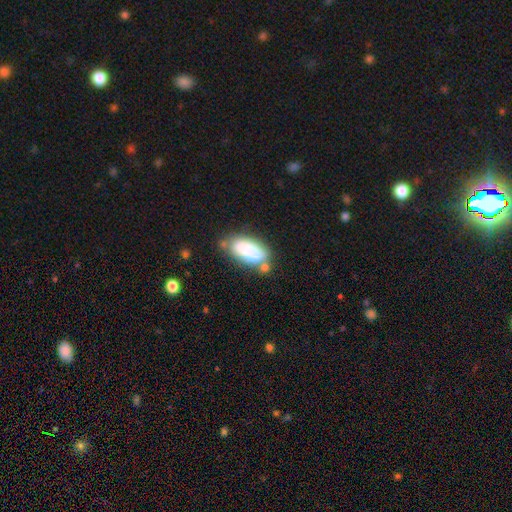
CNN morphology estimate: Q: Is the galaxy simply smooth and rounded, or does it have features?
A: smooth — 78%.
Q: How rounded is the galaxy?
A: in between — 84%.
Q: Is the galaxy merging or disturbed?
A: none — 53%.